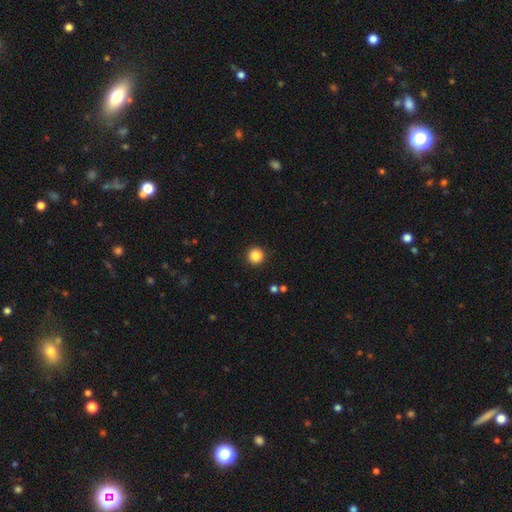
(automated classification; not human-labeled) Smooth or featured?
  - smooth: 87% *
  - star or artifact: 10%
  - featured or disk: 3%
How rounded?
  - round: 95% *
  - in between: 4%
  - cigar-shaped: 1%
Merging?
  - none: 91% *
  - minor disturbance: 6%
  - major disturbance: 2%
  - merger: 1%